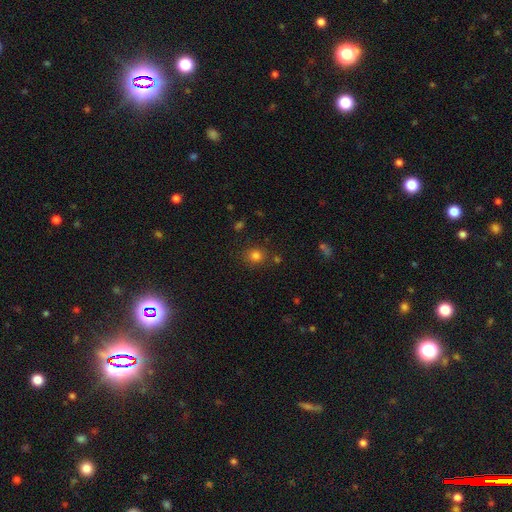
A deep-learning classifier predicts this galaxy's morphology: smooth 79%, star or artifact 15%, featured or disk 6%. Down the decision tree: how rounded — round (80%); merging — none (82%).